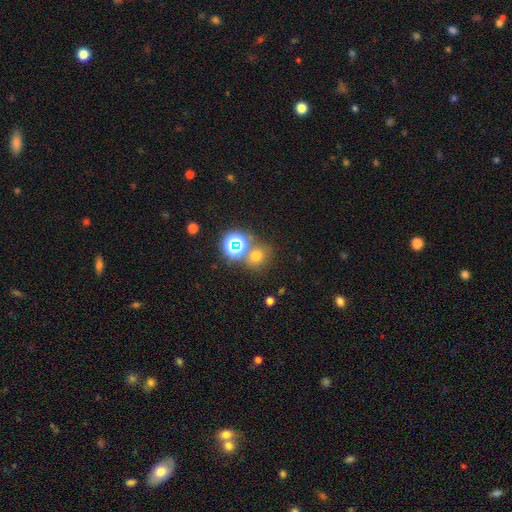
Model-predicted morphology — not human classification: Q: Smooth or featured?
A: smooth (61%); runner-up: star or artifact (30%)
Q: How rounded?
A: round (78%); runner-up: in between (21%)
Q: Merging?
A: none (67%); runner-up: merger (20%)